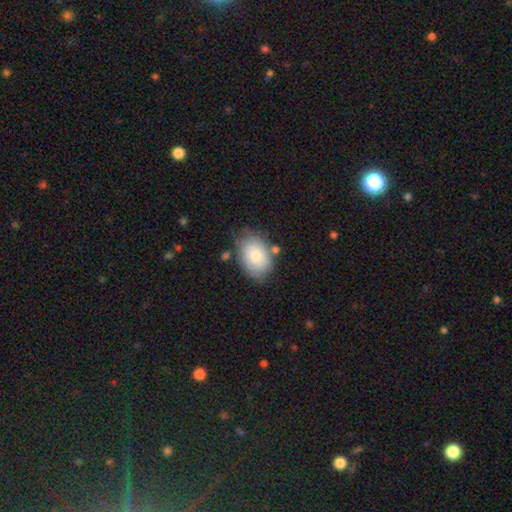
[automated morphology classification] Smooth or featured?
  - smooth: 74% *
  - featured or disk: 20%
  - star or artifact: 7%
How rounded?
  - in between: 83% *
  - round: 16%
  - cigar-shaped: 1%
Merging?
  - none: 69% *
  - minor disturbance: 20%
  - merger: 6%
  - major disturbance: 5%